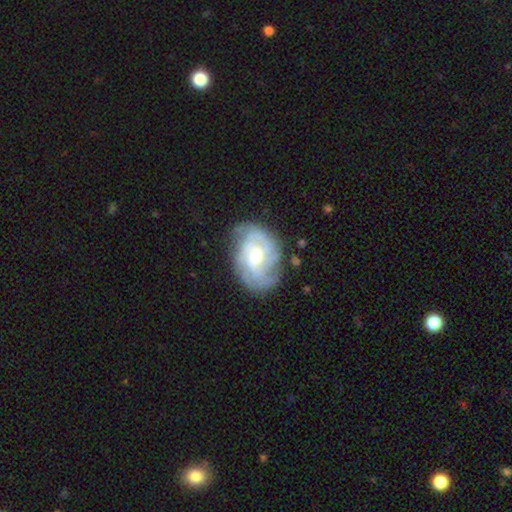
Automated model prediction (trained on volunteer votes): This is clearly a featured or disk galaxy (81%). It is clearly not viewed edge-on (97%). Bar: possibly weak (47%). Spiral arm pattern: clearly yes (92%). Spiral arm count: marginally can't tell (33%). Spiral winding: possibly tight (53%). Central bulge: likely moderate (61%). Merging: likely none (68%).